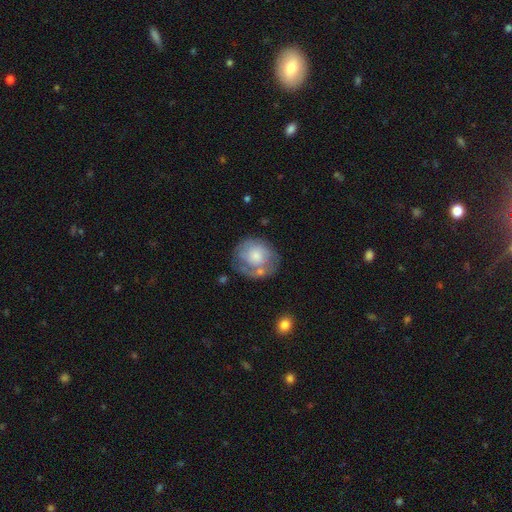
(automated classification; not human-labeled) Smooth or featured?
  - smooth: 51% *
  - featured or disk: 42%
  - star or artifact: 7%
How rounded?
  - round: 72% *
  - in between: 27%
  - cigar-shaped: 1%
Merging?
  - none: 53% *
  - minor disturbance: 25%
  - major disturbance: 14%
  - merger: 9%